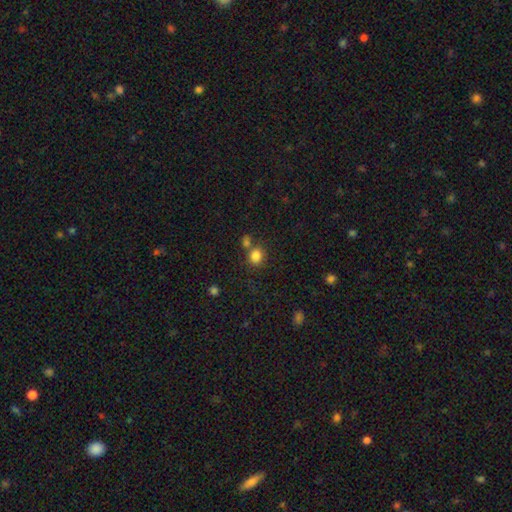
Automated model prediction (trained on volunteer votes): smooth 83%, star or artifact 12%, featured or disk 5%. Down the decision tree: how rounded — round (75%); merging — none (62%).